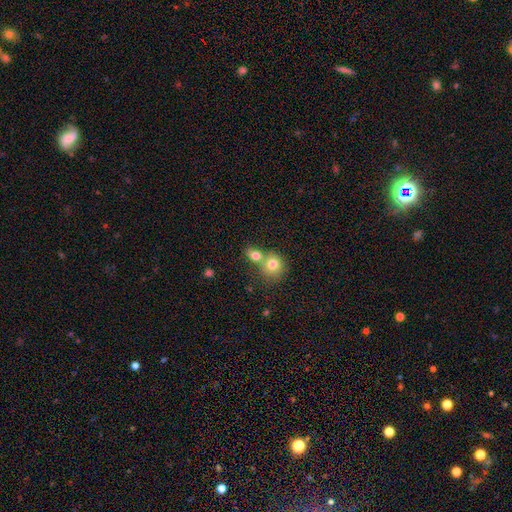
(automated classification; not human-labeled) smooth-or-featured: smooth: 78% | featured or disk: 11% | star or artifact: 11%
  how-rounded: round: 60% | in between: 38% | cigar-shaped: 2%
  merging: merger: 54% | none: 36% | minor disturbance: 7% | major disturbance: 3%